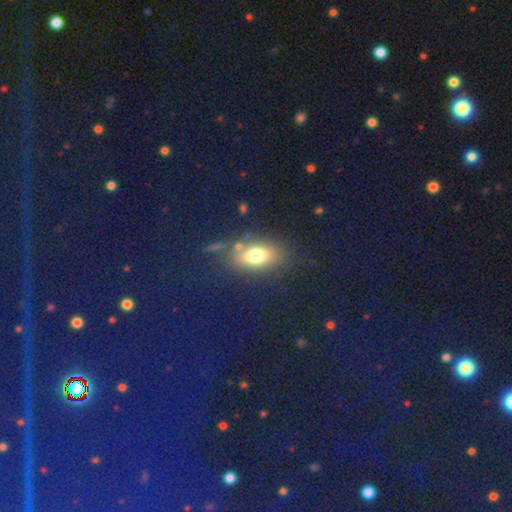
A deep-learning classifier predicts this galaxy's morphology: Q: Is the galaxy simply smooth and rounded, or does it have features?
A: smooth — 71%.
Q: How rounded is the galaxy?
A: in between — 79%.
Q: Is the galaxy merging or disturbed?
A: none — 77%.